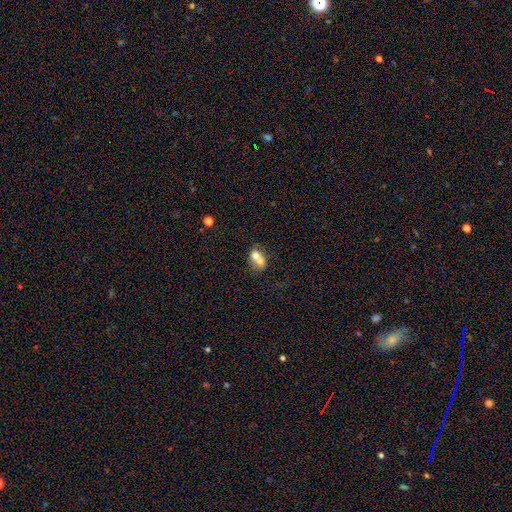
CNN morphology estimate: smooth_or_featured: smooth (p=0.63) [alt: featured or disk p=0.27]
how_rounded: in between (p=0.55) [alt: round p=0.43]
merging: merger (p=0.71) [alt: none p=0.18]